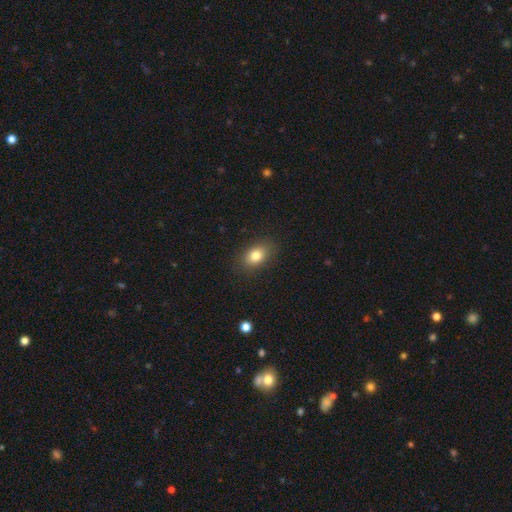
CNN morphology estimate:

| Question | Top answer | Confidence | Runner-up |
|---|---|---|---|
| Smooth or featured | smooth | 82% | star or artifact (10%) |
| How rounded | in between | 78% | round (21%) |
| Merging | none | 86% | minor disturbance (10%) |